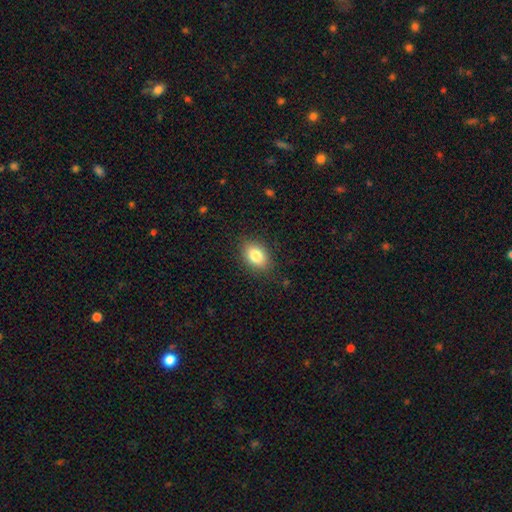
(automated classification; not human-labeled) smooth-or-featured: smooth: 84% | star or artifact: 8% | featured or disk: 8%
  how-rounded: in between: 81% | round: 17% | cigar-shaped: 1%
  merging: none: 85% | minor disturbance: 11% | major disturbance: 3% | merger: 1%